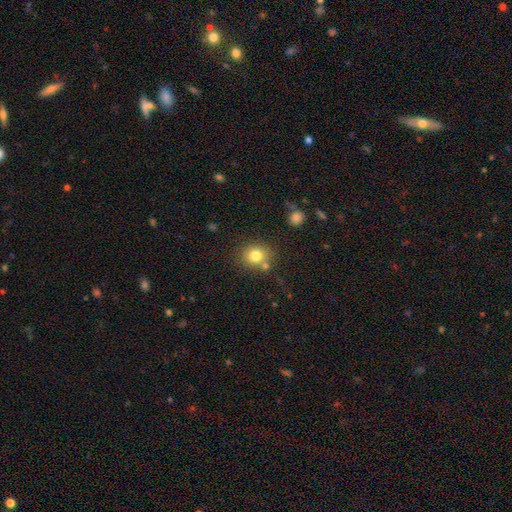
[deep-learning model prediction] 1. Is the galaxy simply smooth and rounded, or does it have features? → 79% smooth, 12% star or artifact, 9% featured or disk.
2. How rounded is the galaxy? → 79% round, 20% in between, 1% cigar-shaped.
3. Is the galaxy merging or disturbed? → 73% none, 13% merger, 10% minor disturbance, 4% major disturbance.